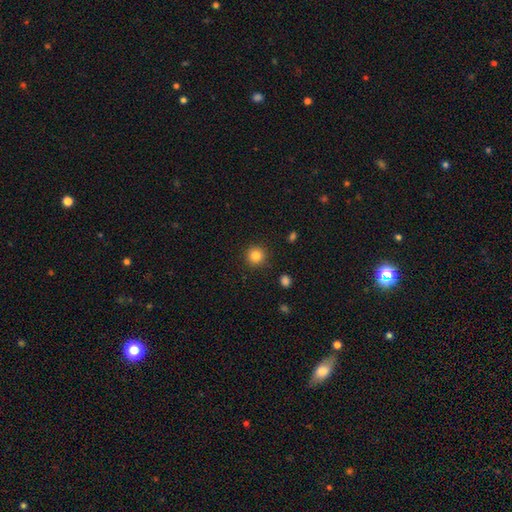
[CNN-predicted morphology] This is clearly a smooth galaxy (83%). How rounded: clearly round (95%). Merging: clearly none (91%).